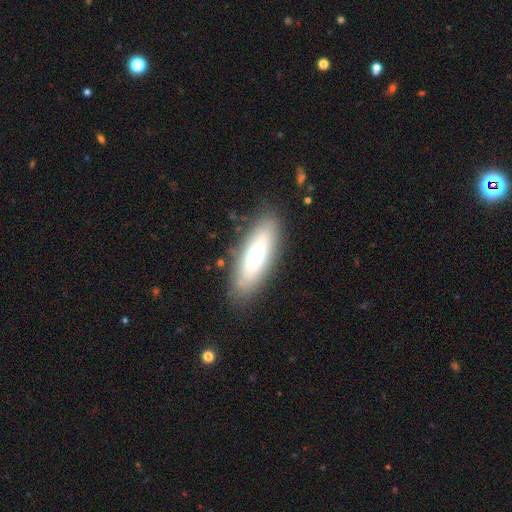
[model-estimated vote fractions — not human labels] Smooth or featured? smooth (62%)
How rounded? in between (64%)
Merging? none (85%)